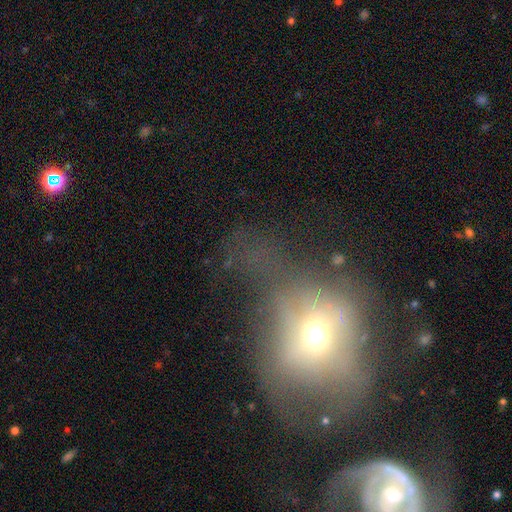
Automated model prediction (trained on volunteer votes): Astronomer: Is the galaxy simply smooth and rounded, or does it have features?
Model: smooth — 45% (runner-up: featured or disk, 34%).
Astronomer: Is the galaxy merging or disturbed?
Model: major disturbance — 49% (runner-up: none, 24%).